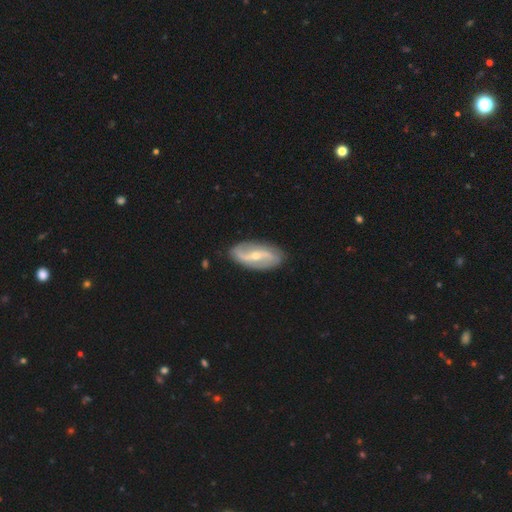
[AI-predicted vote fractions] Q: Smooth or featured?
A: featured or disk (84%); runner-up: smooth (11%)
Q: Edge-on disk?
A: no (94%); runner-up: yes (6%)
Q: Bar?
A: strong (39%); runner-up: weak (35%)
Q: Spiral arms?
A: yes (90%); runner-up: no (10%)
Q: Spiral winding?
A: loose (57%); runner-up: medium (28%)
Q: Spiral arm count?
A: 2 (91%); runner-up: can't tell (4%)
Q: Bulge size?
A: small (54%); runner-up: moderate (43%)
Q: Merging?
A: none (86%); runner-up: minor disturbance (10%)